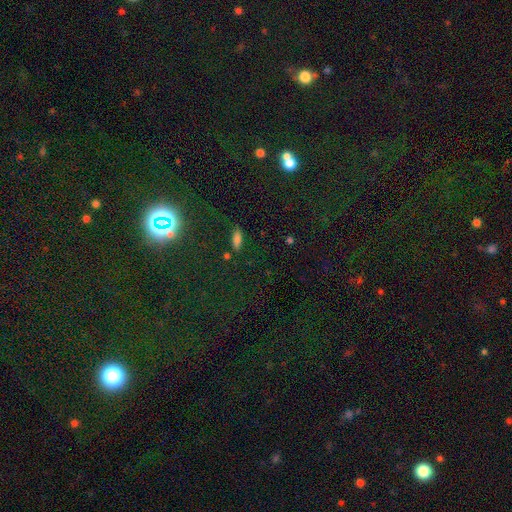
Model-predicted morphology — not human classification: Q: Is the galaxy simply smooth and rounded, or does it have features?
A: star or artifact — 65%.